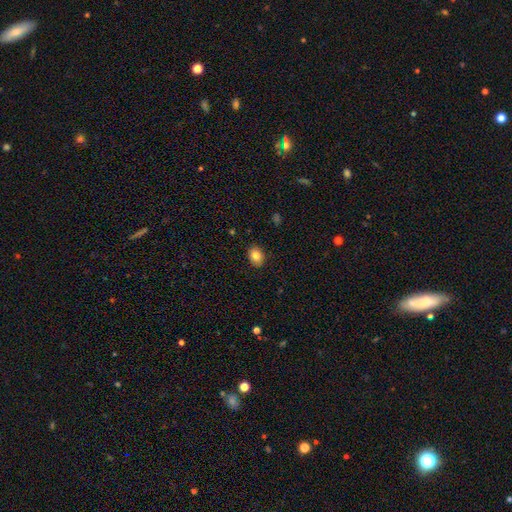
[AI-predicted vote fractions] smooth_or_featured: smooth (p=0.84) [alt: star or artifact p=0.09]
how_rounded: in between (p=0.65) [alt: round p=0.34]
merging: none (p=0.89) [alt: minor disturbance p=0.08]